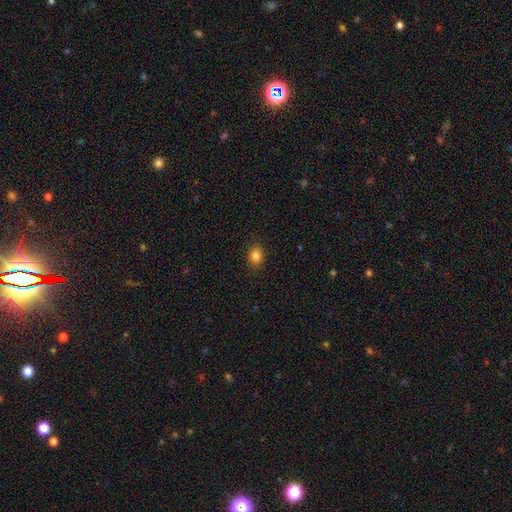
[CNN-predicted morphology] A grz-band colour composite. It shows a smooth galaxy with no disk features (84%) that is in between round and cigar-shaped (54%). Merging: none (88%).